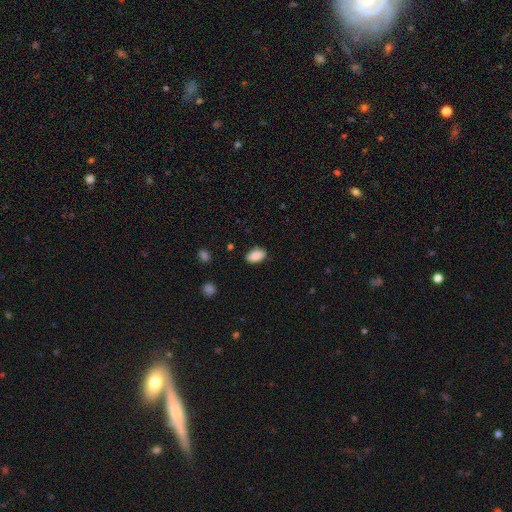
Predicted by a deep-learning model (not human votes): This is clearly a smooth galaxy (88%). How rounded: clearly in between (93%). Merging: clearly none (84%).